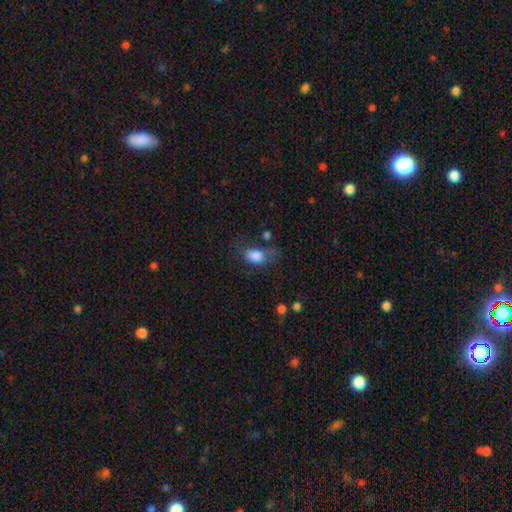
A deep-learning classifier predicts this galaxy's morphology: type=smooth (83%); roundness=in between (85%); merging=none (47%).